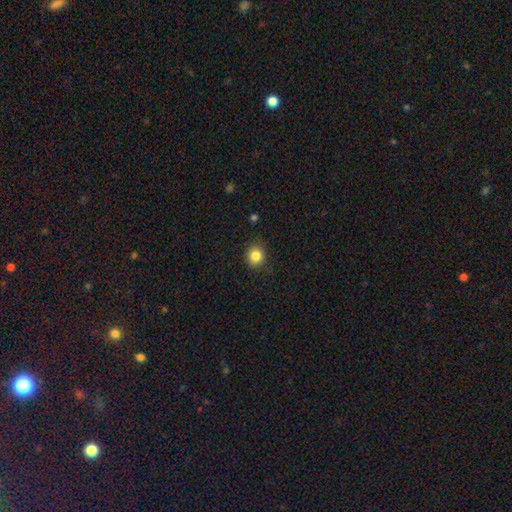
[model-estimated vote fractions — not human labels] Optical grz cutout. It shows a smooth galaxy with no disk features (84%) that is round (81%). Merging: none (86%).